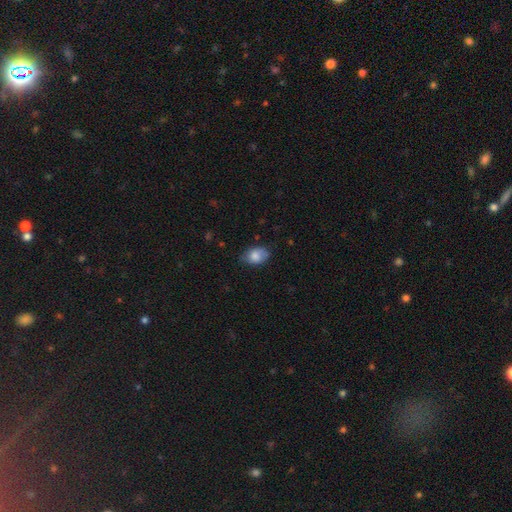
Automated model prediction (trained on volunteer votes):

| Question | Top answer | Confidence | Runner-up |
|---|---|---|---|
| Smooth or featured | smooth | 80% | featured or disk (13%) |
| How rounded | in between | 79% | round (20%) |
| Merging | none | 67% | minor disturbance (26%) |